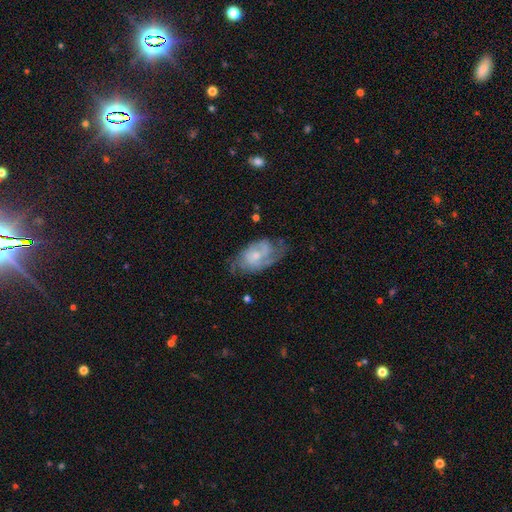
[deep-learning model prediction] A featured or disk galaxy (75%) with no bar (65%), 2 (47%) medium (43%) spiral arms (90%) and a small central bulge (54%). Merging: none (59%).